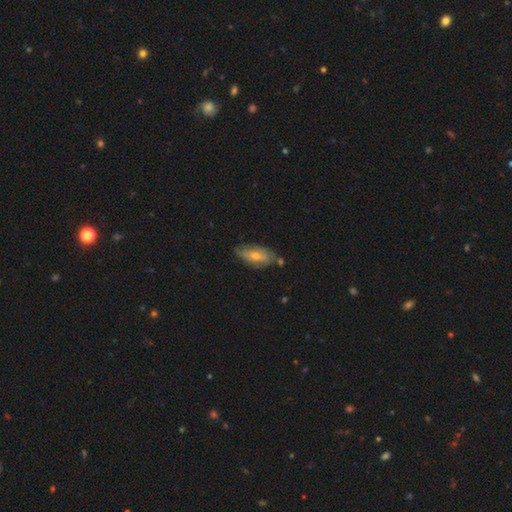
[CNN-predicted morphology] featured or disk 52%, smooth 40%, star or artifact 8%. Down the decision tree: edge-on disk — no (82%); merging — none (68%).